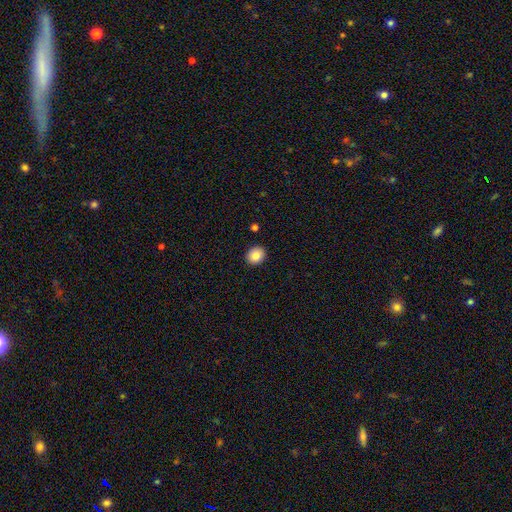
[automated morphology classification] smooth_or_featured: smooth (p=0.84) [alt: star or artifact p=0.09]
how_rounded: round (p=0.74) [alt: in between p=0.25]
merging: none (p=0.92) [alt: minor disturbance p=0.05]